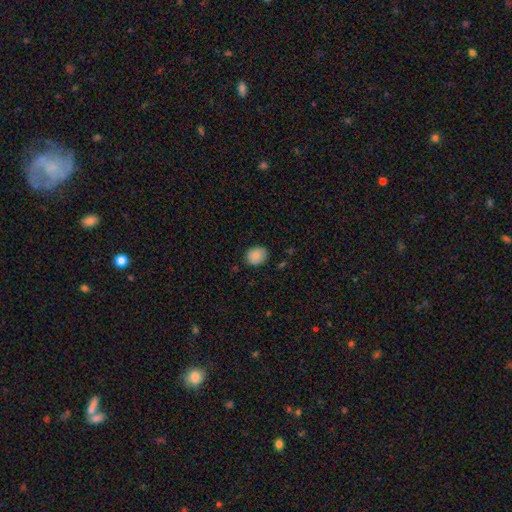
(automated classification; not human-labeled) Smooth or featured? Predicted: smooth (p=0.88). How rounded? Predicted: round (p=0.56). Merging? Predicted: none (p=0.84).